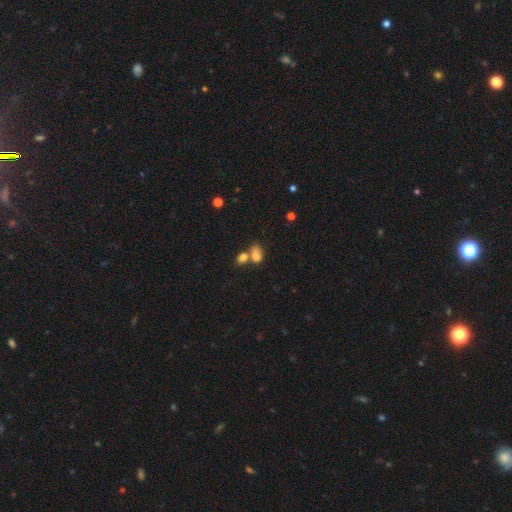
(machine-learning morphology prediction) smooth_or_featured: smooth (p=0.78) [alt: featured or disk p=0.12]
how_rounded: in between (p=0.77) [alt: round p=0.21]
merging: merger (p=0.58) [alt: none p=0.26]